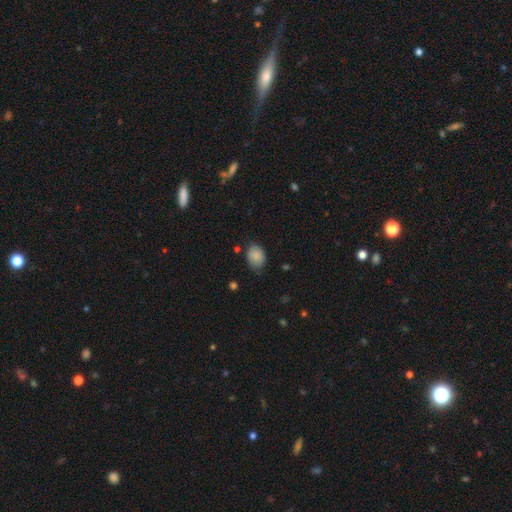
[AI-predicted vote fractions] Smooth or featured? Predicted: smooth (p=0.85). How rounded? Predicted: in between (p=0.66). Merging? Predicted: none (p=0.64).